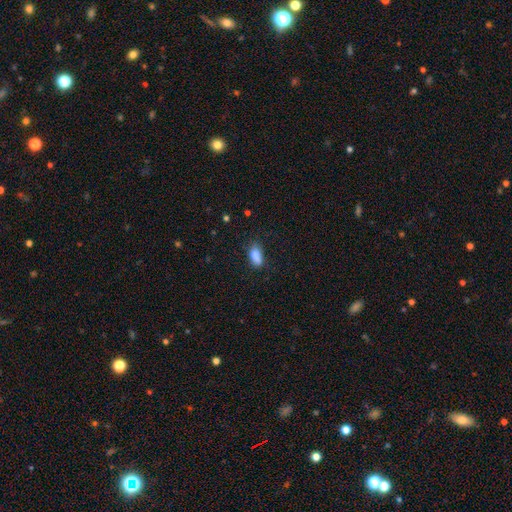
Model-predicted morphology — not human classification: Smooth or featured? Predicted: smooth (p=0.83). How rounded? Predicted: in between (p=0.85). Merging? Predicted: none (p=0.58).